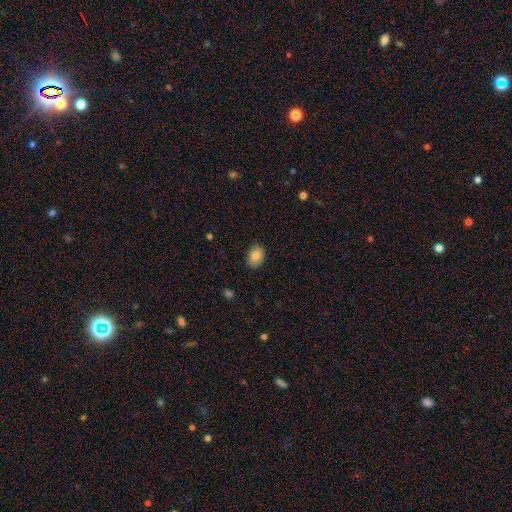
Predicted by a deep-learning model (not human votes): Smooth or featured?
  - smooth: 85% *
  - star or artifact: 8%
  - featured or disk: 7%
How rounded?
  - in between: 72% *
  - round: 27%
  - cigar-shaped: 1%
Merging?
  - none: 83% *
  - minor disturbance: 13%
  - major disturbance: 2%
  - merger: 1%